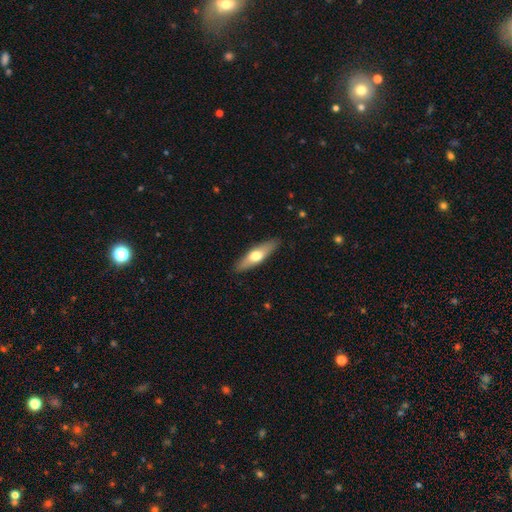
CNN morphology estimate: smooth_or_featured: smooth (p=0.53) [alt: featured or disk p=0.42]
how_rounded: cigar-shaped (p=0.63) [alt: in between p=0.35]
merging: none (p=0.89) [alt: minor disturbance p=0.09]